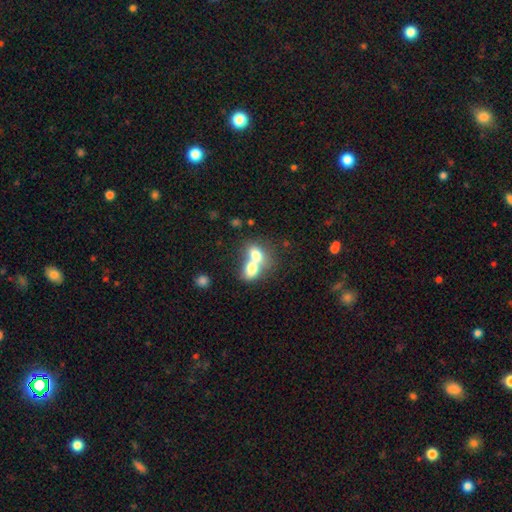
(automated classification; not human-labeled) A smooth galaxy with no disk features (71%) that is in between round and cigar-shaped (66%).

Vote fractions:
- Smooth or featured? smooth: 71% / featured or disk: 20% / star or artifact: 9%
- How rounded? in between: 66% / round: 32% / cigar-shaped: 2%
- Merging? merger: 75% / none: 17% / minor disturbance: 5% / major disturbance: 3%